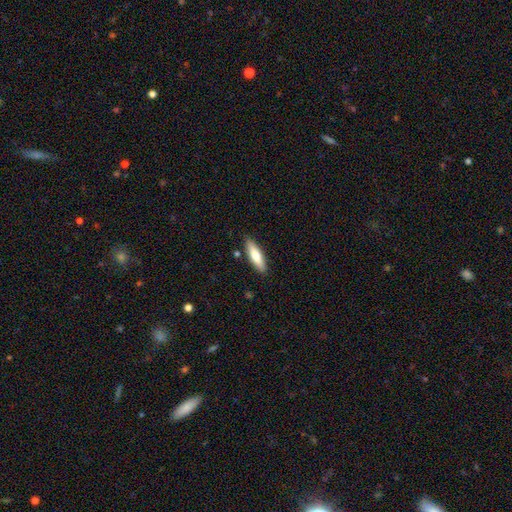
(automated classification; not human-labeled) smooth_or_featured: smooth (p=0.74) [alt: featured or disk p=0.21]
how_rounded: cigar-shaped (p=0.57) [alt: in between p=0.42]
merging: none (p=0.86) [alt: minor disturbance p=0.10]